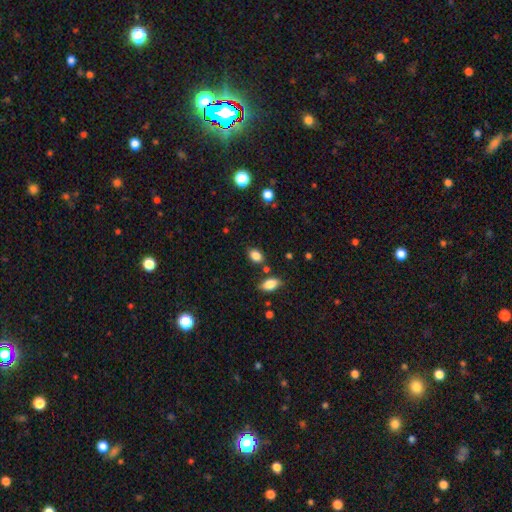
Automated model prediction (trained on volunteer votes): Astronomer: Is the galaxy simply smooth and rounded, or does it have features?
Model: smooth — 85%.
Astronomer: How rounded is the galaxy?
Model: in between — 78%.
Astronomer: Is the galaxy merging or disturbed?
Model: none — 75%.